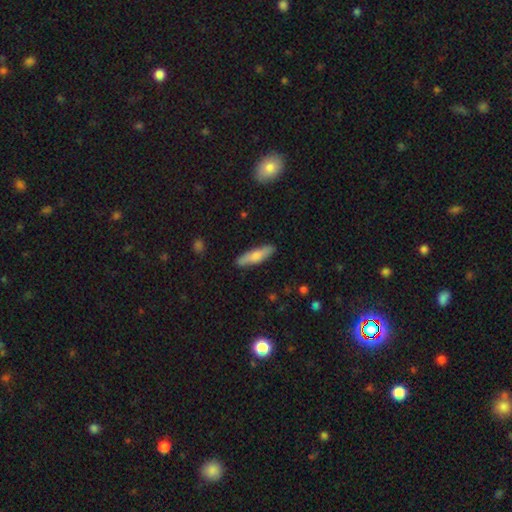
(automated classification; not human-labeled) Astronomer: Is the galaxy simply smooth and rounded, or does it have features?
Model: smooth — 64%.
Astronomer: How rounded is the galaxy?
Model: cigar-shaped — 74%.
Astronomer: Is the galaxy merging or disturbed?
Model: none — 89%.